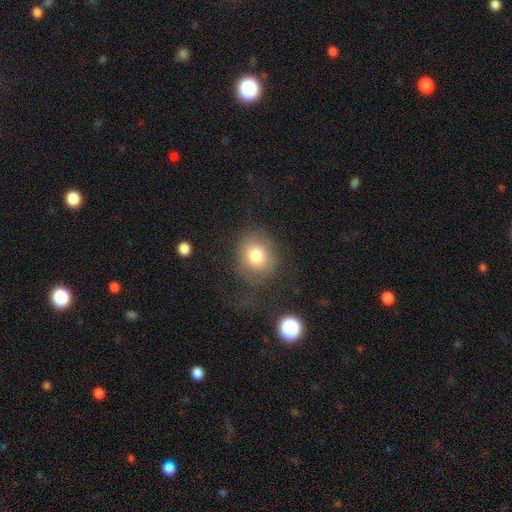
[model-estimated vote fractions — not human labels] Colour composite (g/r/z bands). It shows a smooth galaxy with no disk features (78%) that is round (74%). Merging: none (65%).